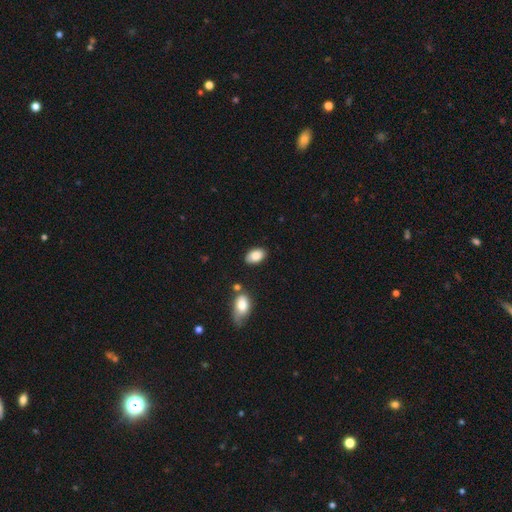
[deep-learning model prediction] smooth 87%, star or artifact 7%, featured or disk 6%. Down the decision tree: how rounded — in between (91%); merging — none (78%).